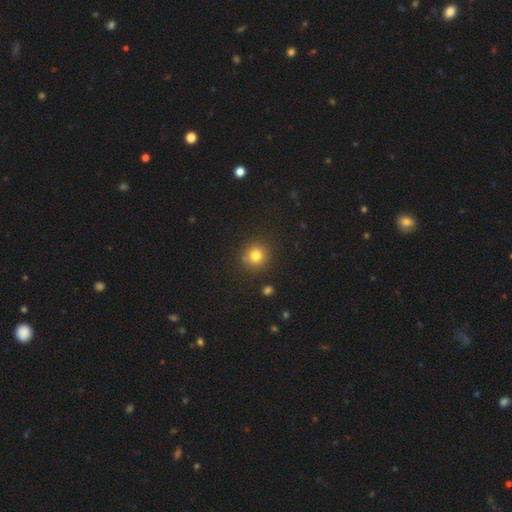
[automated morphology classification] Overall: smooth (80%). How rounded: round (91%). Merging: none (84%).